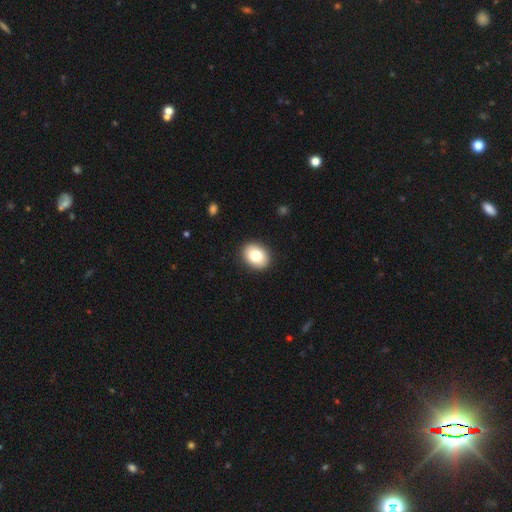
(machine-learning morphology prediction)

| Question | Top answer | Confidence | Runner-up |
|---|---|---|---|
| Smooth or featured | smooth | 83% | featured or disk (10%) |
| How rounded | in between | 62% | round (37%) |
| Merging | none | 90% | minor disturbance (7%) |